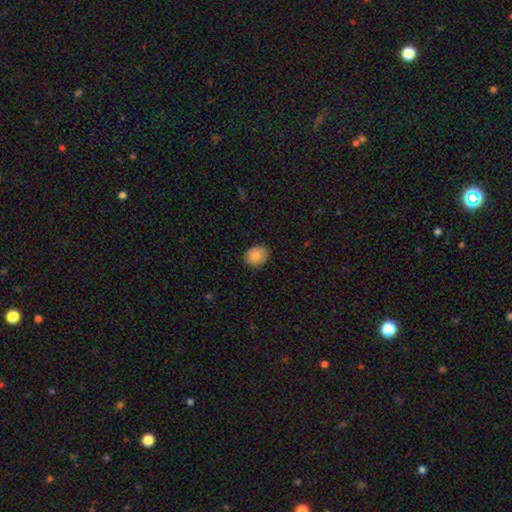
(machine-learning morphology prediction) A smooth galaxy with no disk features (85%) that is round (68%).

Vote fractions:
- Smooth or featured? smooth: 85% / star or artifact: 8% / featured or disk: 7%
- How rounded? round: 68% / in between: 31% / cigar-shaped: 1%
- Merging? none: 82% / minor disturbance: 15% / major disturbance: 3% / merger: 1%